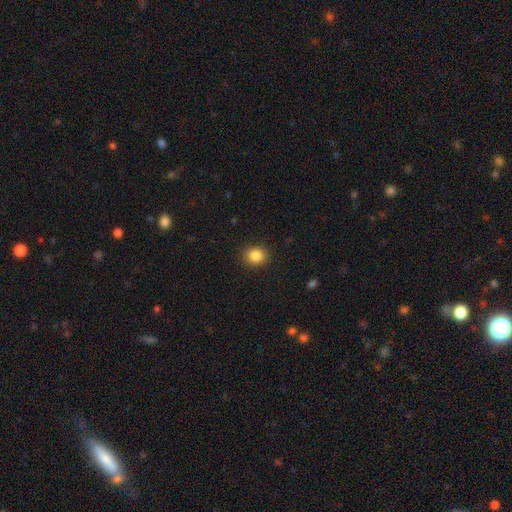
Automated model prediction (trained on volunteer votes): smooth_or_featured: smooth (p=0.86) [alt: star or artifact p=0.10]
how_rounded: round (p=0.79) [alt: in between p=0.20]
merging: none (p=0.90) [alt: minor disturbance p=0.07]